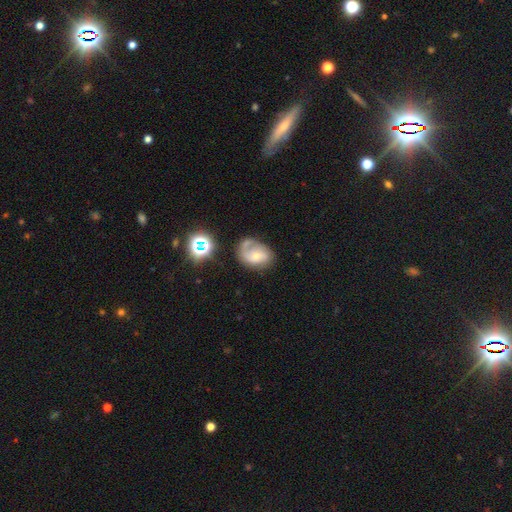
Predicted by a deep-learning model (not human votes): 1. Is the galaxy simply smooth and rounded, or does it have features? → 59% featured or disk, 30% smooth, 11% star or artifact.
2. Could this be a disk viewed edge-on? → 97% no, 3% yes.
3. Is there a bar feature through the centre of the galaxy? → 66% no, 28% weak, 6% strong.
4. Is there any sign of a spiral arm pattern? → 83% yes, 17% no.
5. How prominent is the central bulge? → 56% small, 36% moderate, 4% none, 3% large, 1% dominant.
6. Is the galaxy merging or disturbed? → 46% none, 26% minor disturbance, 18% major disturbance, 10% merger.